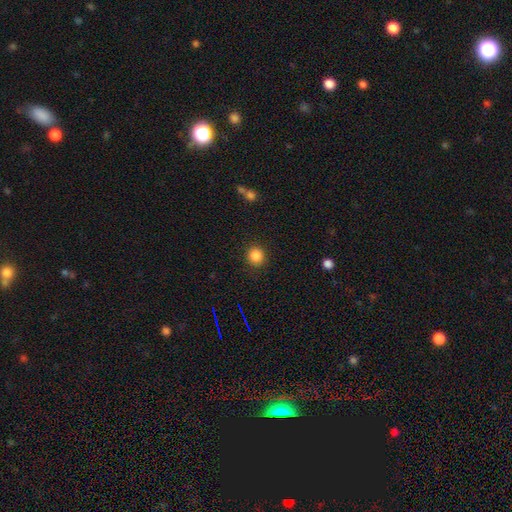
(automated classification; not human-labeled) Smooth or featured?
  - smooth: 85% *
  - star or artifact: 11%
  - featured or disk: 3%
How rounded?
  - round: 90% *
  - in between: 9%
  - cigar-shaped: 1%
Merging?
  - none: 90% *
  - minor disturbance: 6%
  - major disturbance: 2%
  - merger: 1%